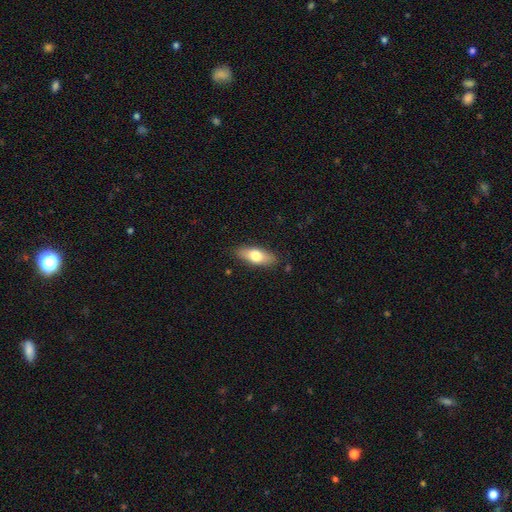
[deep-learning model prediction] A smooth galaxy with no disk features (69%) that is in between round and cigar-shaped (71%). Merging: none (85%).